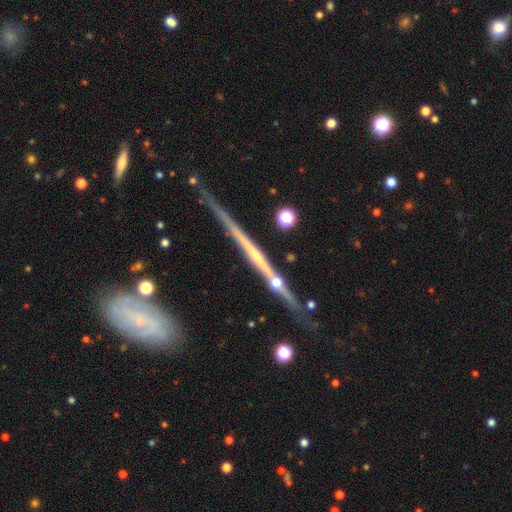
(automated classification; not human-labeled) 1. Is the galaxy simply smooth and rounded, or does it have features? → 80% featured or disk, 13% smooth, 8% star or artifact.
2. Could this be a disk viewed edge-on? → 95% yes, 5% no.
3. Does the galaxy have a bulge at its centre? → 62% none, 28% rounded, 10% boxy.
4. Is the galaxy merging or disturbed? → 71% none, 18% minor disturbance, 6% major disturbance, 5% merger.